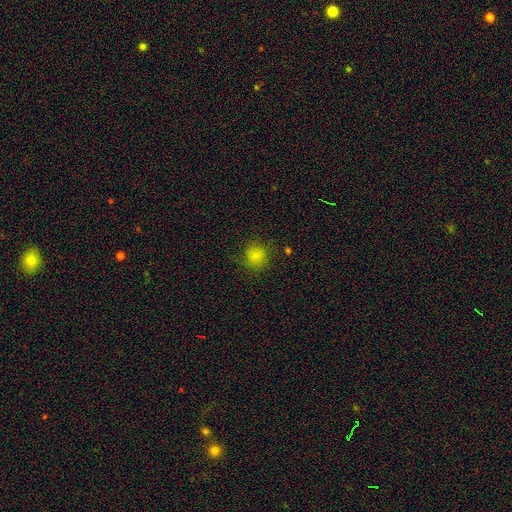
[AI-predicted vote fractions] Morphology: type=smooth (83%); roundness=round (87%); merging=none (84%).